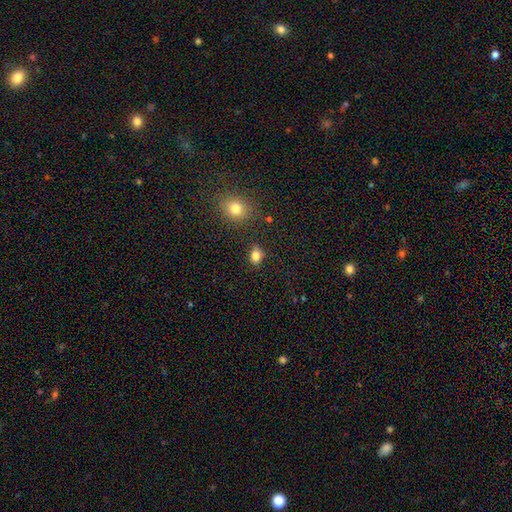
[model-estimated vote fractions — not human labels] A smooth galaxy with no disk features (82%) that is in between round and cigar-shaped (64%).

Vote fractions:
- Smooth or featured? smooth: 82% / star or artifact: 11% / featured or disk: 6%
- How rounded? in between: 64% / round: 35% / cigar-shaped: 1%
- Merging? none: 83% / minor disturbance: 11% / merger: 3% / major disturbance: 3%